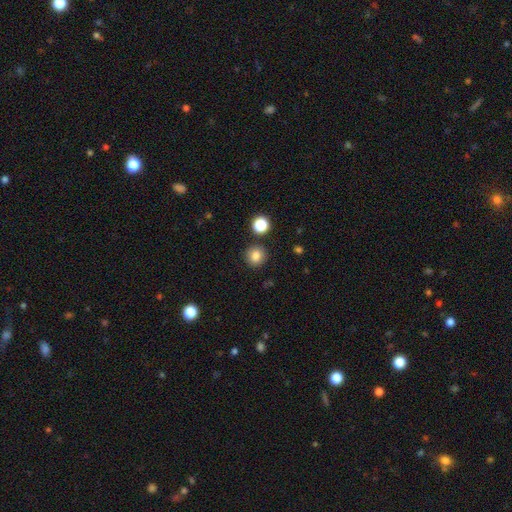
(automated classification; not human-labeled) This is clearly a smooth galaxy (84%). How rounded: clearly round (90%). Merging: clearly none (88%).